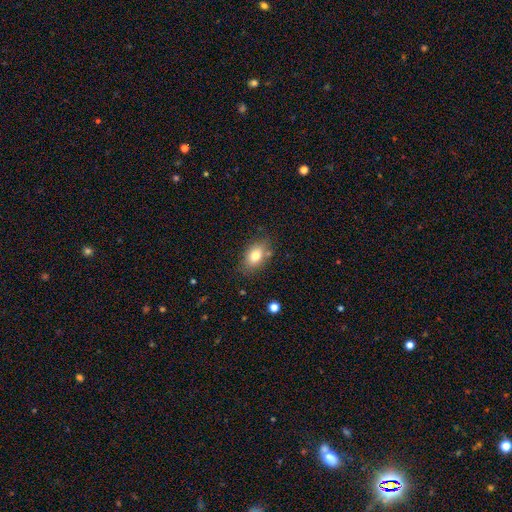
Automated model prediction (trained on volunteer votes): Smooth or featured? Predicted: smooth (p=0.78). How rounded? Predicted: in between (p=0.82). Merging? Predicted: none (p=0.75).